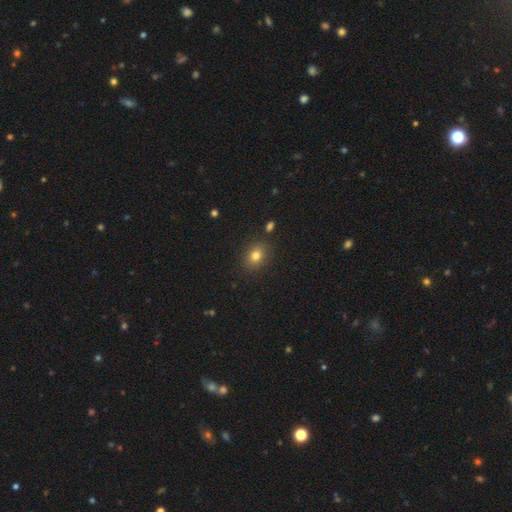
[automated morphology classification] smooth_or_featured: smooth (p=0.79) [alt: star or artifact p=0.13]
how_rounded: in between (p=0.55) [alt: round p=0.44]
merging: none (p=0.86) [alt: minor disturbance p=0.09]